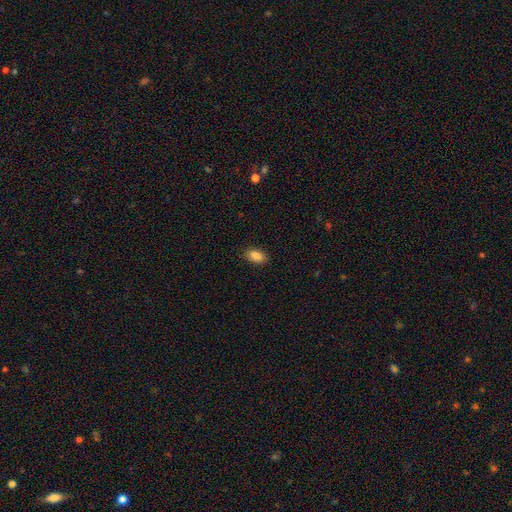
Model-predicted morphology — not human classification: This is clearly a smooth galaxy (87%). How rounded: clearly in between (91%). Merging: clearly none (87%).